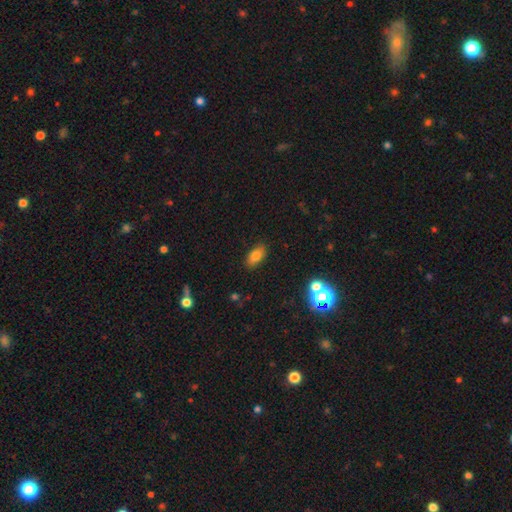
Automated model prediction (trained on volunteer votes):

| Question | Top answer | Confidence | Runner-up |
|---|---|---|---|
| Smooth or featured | smooth | 80% | star or artifact (11%) |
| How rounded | in between | 89% | round (6%) |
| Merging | none | 86% | minor disturbance (10%) |